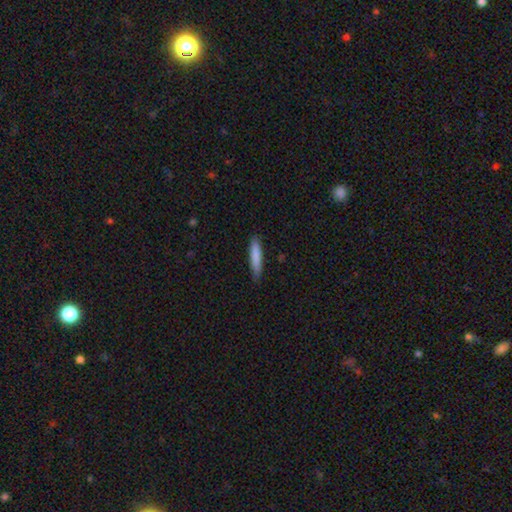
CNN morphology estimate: A smooth galaxy with no disk features (82%) that is cigar-shaped (87%). Merging: none (80%).